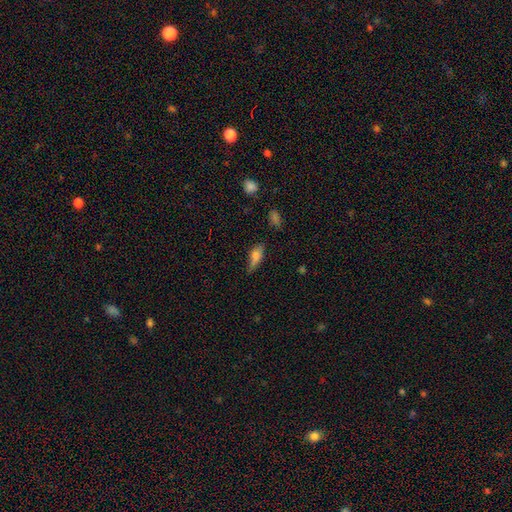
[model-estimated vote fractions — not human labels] Smooth or featured? smooth (70%)
How rounded? in between (64%)
Merging? none (46%)